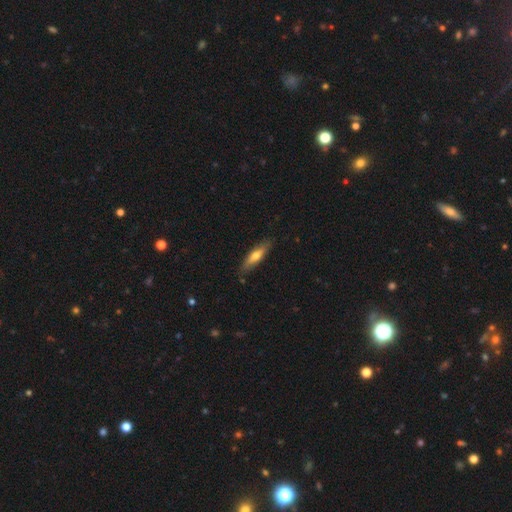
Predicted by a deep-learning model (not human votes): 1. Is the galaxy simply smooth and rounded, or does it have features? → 53% smooth, 41% featured or disk, 6% star or artifact.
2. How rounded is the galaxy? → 68% cigar-shaped, 30% in between, 2% round.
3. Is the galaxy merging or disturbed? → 84% none, 13% minor disturbance, 2% major disturbance, 1% merger.